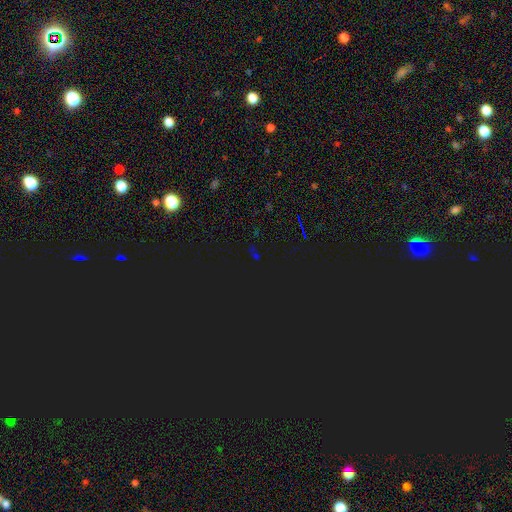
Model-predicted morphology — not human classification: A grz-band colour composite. It shows a star or artifact, not a galaxy (77%).